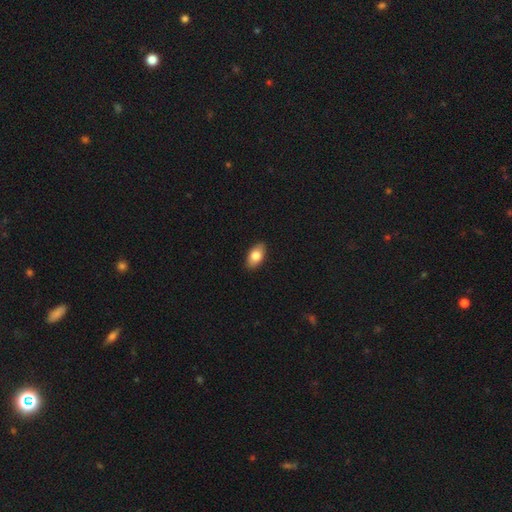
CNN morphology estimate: Smooth or featured: smooth — 81% (featured or disk — 13%)
How rounded: in between — 92% (round — 5%)
Merging: none — 90% (minor disturbance — 8%)